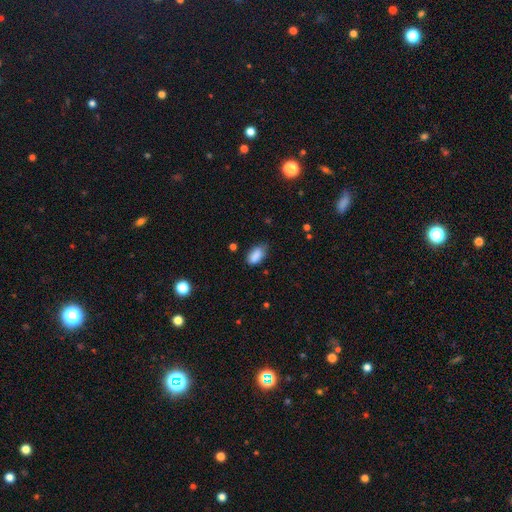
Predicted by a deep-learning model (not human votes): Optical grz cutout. It shows a smooth galaxy with no disk features (87%) that is in between round and cigar-shaped (92%). Merging: none (63%).